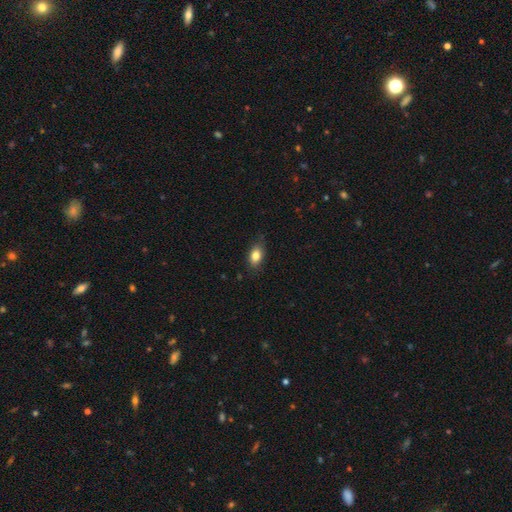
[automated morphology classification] A smooth galaxy with no disk features (83%) that is in between round and cigar-shaped (84%). Merging: none (80%).